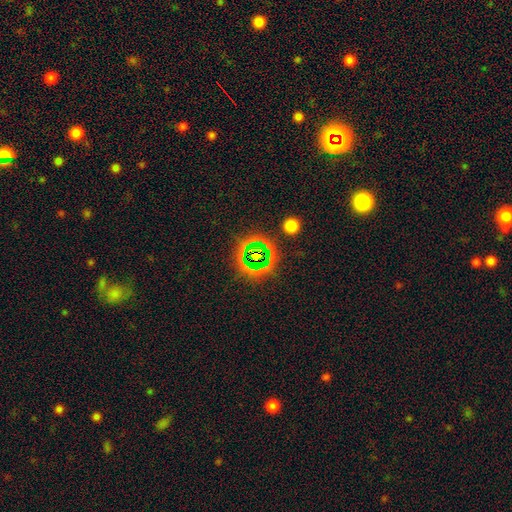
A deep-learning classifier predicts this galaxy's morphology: The model was most divided on "smooth or featured": star or artifact: 71%, smooth: 17%, featured or disk: 11%.